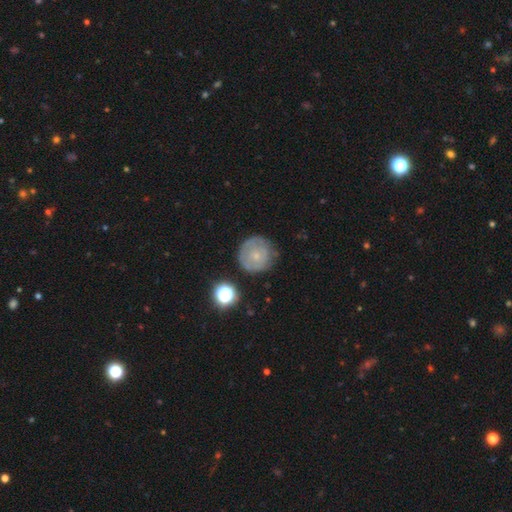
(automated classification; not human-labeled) A smooth galaxy with no disk features (51%) that is round (92%).

Vote fractions:
- Smooth or featured? smooth: 51% / featured or disk: 39% / star or artifact: 10%
- How rounded? round: 92% / in between: 7% / cigar-shaped: 1%
- Merging? none: 72% / minor disturbance: 19% / major disturbance: 7% / merger: 3%